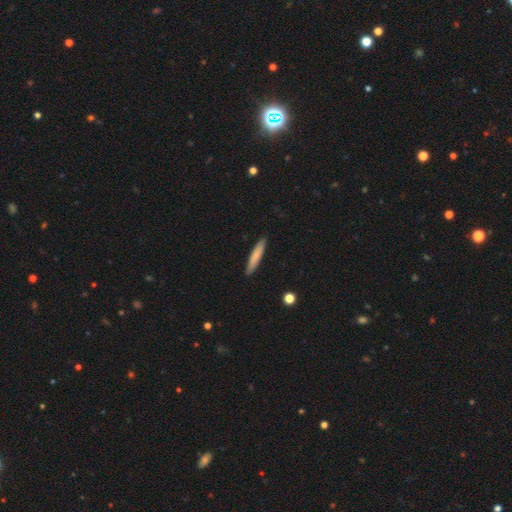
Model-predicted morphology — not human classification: Q: Smooth or featured?
A: smooth (76%); runner-up: featured or disk (18%)
Q: How rounded?
A: cigar-shaped (92%); runner-up: in between (7%)
Q: Merging?
A: none (90%); runner-up: minor disturbance (7%)